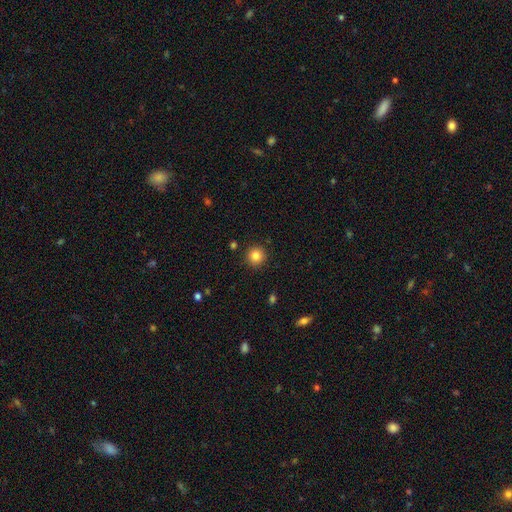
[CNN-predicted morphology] smooth 84%, star or artifact 11%, featured or disk 5%. Down the decision tree: how rounded — round (94%); merging — none (90%).